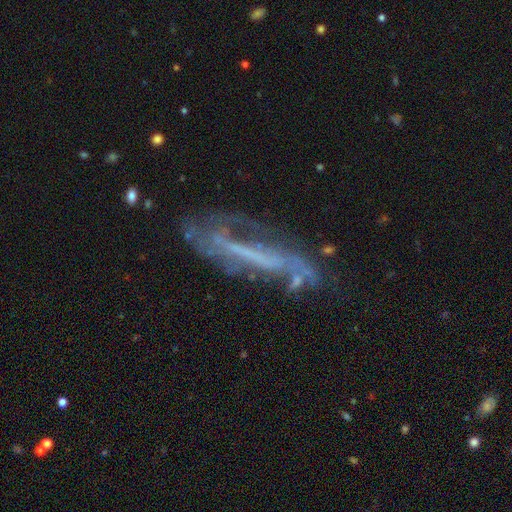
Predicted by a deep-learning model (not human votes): smooth_or_featured: featured or disk (p=0.71) [alt: smooth p=0.18]
disk_edge_on: no (p=0.62) [alt: yes p=0.38]
merging: none (p=0.59) [alt: minor disturbance p=0.22]